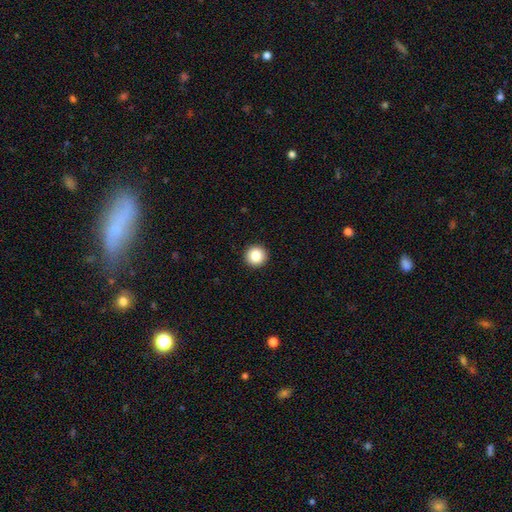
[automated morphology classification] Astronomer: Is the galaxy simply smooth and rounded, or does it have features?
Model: smooth — 86%.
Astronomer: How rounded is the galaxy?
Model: round — 96%.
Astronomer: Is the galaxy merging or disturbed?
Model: none — 94%.